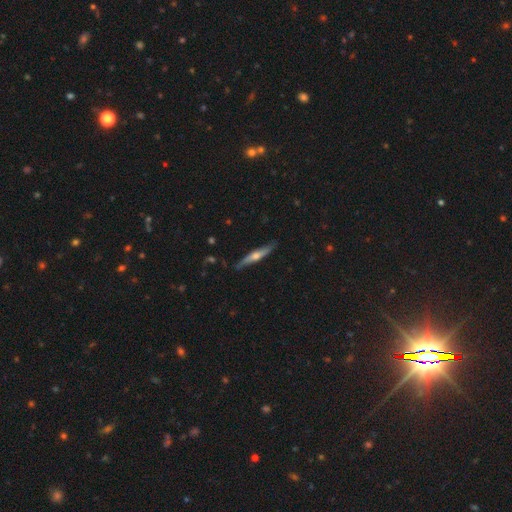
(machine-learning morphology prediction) Smooth or featured?
  - featured or disk: 59% *
  - smooth: 35%
  - star or artifact: 6%
Edge-on disk?
  - yes: 94% *
  - no: 6%
Edge-on bulge?
  - rounded: 85% *
  - none: 10%
  - boxy: 5%
Merging?
  - none: 83% *
  - minor disturbance: 14%
  - major disturbance: 2%
  - merger: 1%